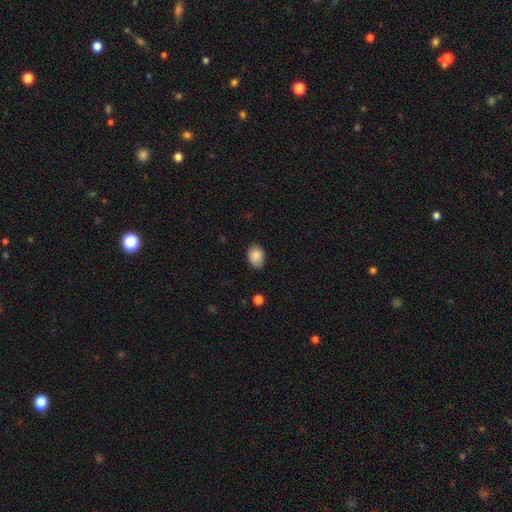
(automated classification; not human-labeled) A smooth galaxy with no disk features (88%) that is in between round and cigar-shaped (73%).

Vote fractions:
- Smooth or featured? smooth: 88% / star or artifact: 8% / featured or disk: 5%
- How rounded? in between: 73% / round: 26% / cigar-shaped: 1%
- Merging? none: 83% / minor disturbance: 14% / major disturbance: 2% / merger: 1%